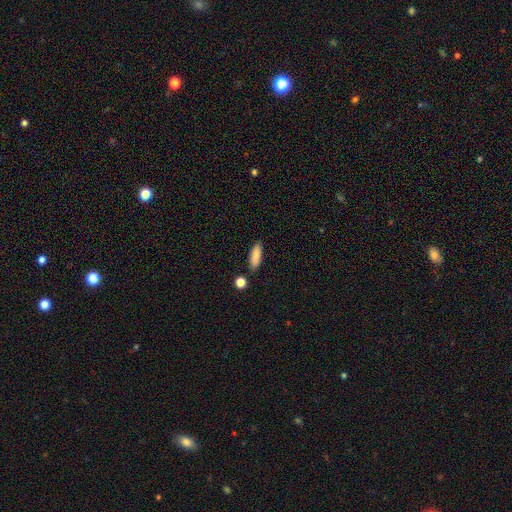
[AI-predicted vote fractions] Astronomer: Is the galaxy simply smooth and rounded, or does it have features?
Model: smooth — 86%.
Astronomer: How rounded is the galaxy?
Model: in between — 56% (runner-up: cigar-shaped, 42%).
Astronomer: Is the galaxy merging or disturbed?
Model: none — 82%.